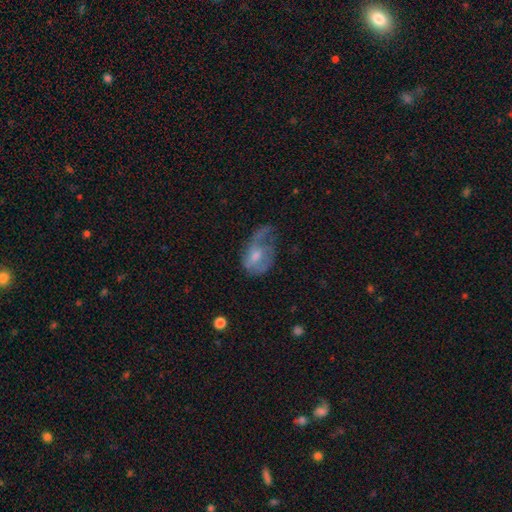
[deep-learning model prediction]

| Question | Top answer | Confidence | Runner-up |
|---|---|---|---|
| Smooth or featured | featured or disk | 58% | smooth (33%) |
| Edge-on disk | no | 95% | yes (5%) |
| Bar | no | 60% | weak (34%) |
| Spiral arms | yes | 66% | no (34%) |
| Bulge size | moderate | 50% | small (37%) |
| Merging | major disturbance | 36% | none (32%) |